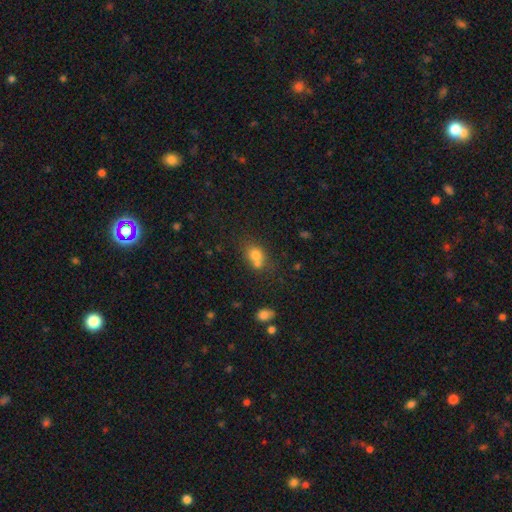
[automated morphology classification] Overall: smooth (74%). How rounded: round (52%; in between 46%). Merging: none (42%; merger 41%).